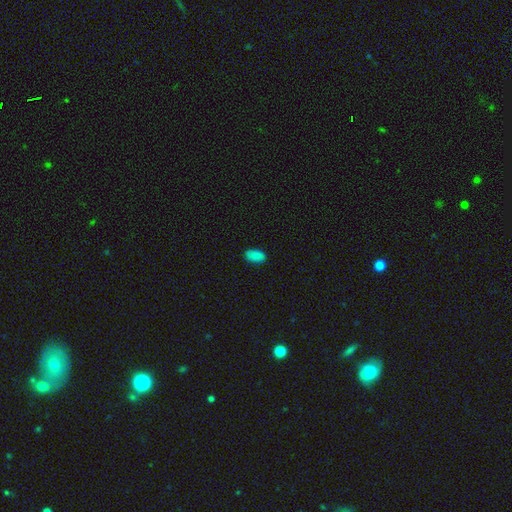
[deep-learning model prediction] Overall: smooth (86%). How rounded: in between (93%). Merging: none (85%).